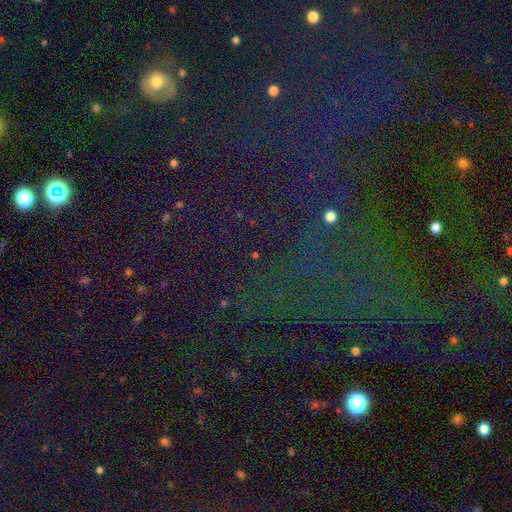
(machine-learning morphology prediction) A star or artifact, not a galaxy (78%).